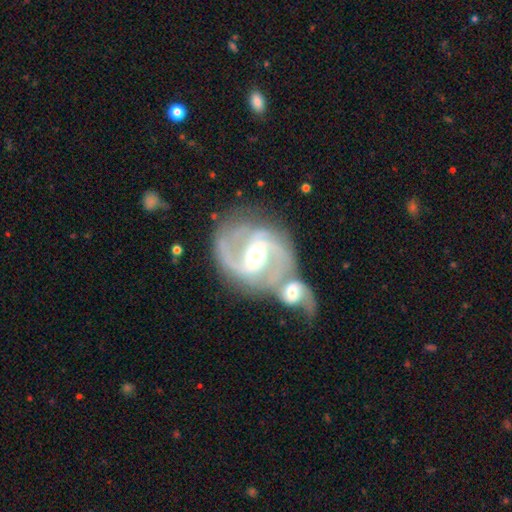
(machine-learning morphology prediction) Smooth or featured: featured or disk — 90% (smooth — 6%)
Edge-on disk: no — 98% (yes — 2%)
Bar: weak — 45% (strong — 31%)
Spiral arms: yes — 97% (no — 3%)
Spiral winding: medium — 58% (tight — 23%)
Spiral arm count: 2 — 71% (3 — 15%)
Bulge size: moderate — 72% (small — 15%)
Merging: merger — 60% (none — 25%)